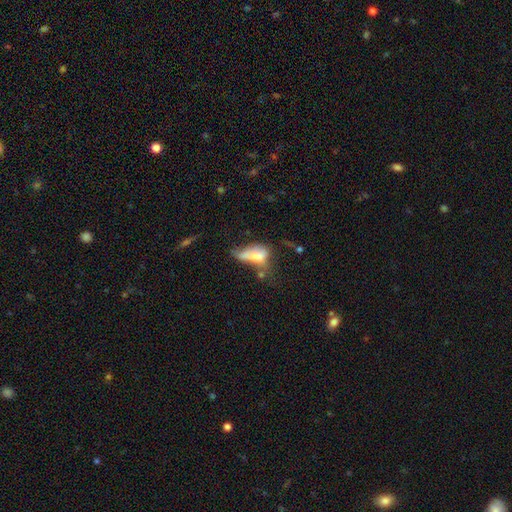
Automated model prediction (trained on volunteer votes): This is likely a smooth galaxy (60%). How rounded: likely in between (79%). Merging: marginally major disturbance (39%).